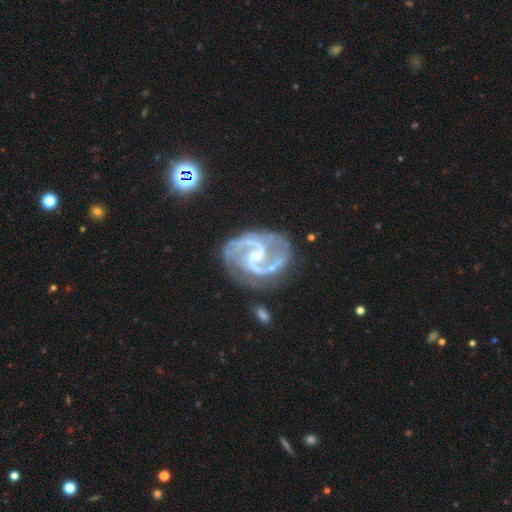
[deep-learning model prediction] The model was most divided on "bulge size": small: 53%, moderate: 31%, none: 13%, large: 2%, dominant: 1%. More confident: spiral arms — yes (99%); edge-on disk — no (98%); smooth or featured — featured or disk (93%); spiral arm count — 2 (90%); merging — none (69%); spiral winding — medium (63%); bar — weak (54%).